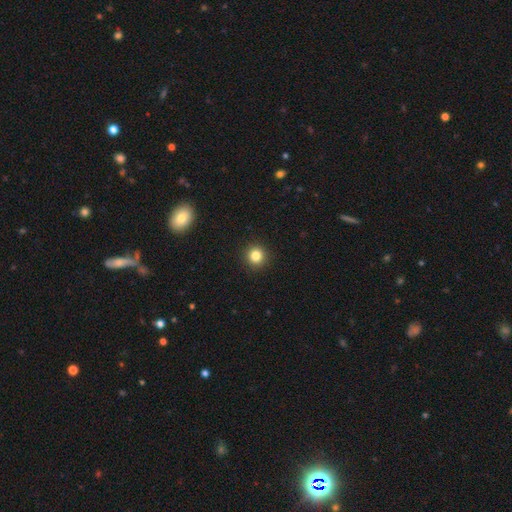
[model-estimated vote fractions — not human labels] The model was most divided on "smooth or featured": smooth: 83%, star or artifact: 12%, featured or disk: 5%. More confident: how rounded — round (93%); merging — none (93%).